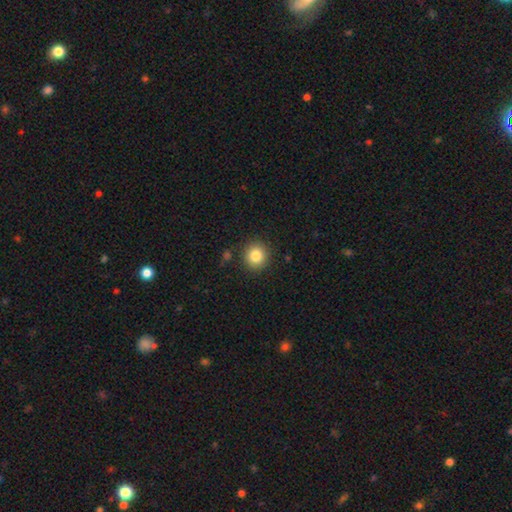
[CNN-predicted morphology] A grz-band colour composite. It shows a smooth galaxy with no disk features (84%) that is round (91%). Merging: none (89%).